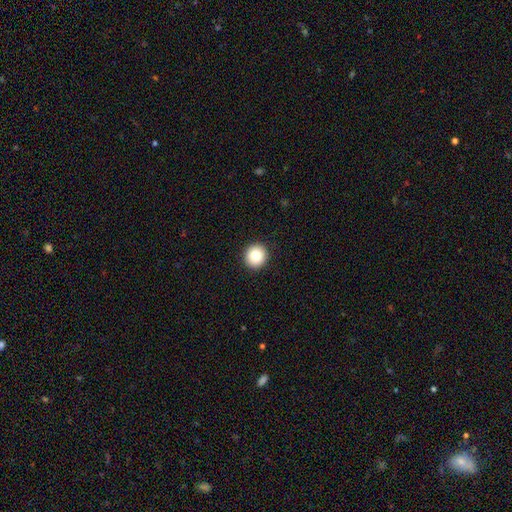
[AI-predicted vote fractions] Smooth or featured: smooth — 83% (star or artifact — 9%)
How rounded: round — 94% (in between — 5%)
Merging: none — 93% (minor disturbance — 5%)